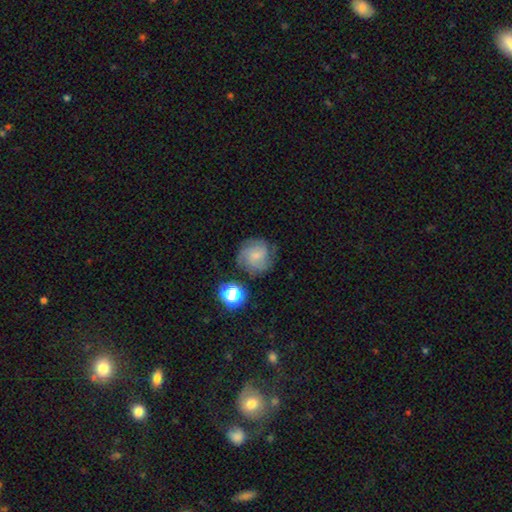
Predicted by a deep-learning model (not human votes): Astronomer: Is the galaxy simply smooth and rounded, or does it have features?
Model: featured or disk — 57%.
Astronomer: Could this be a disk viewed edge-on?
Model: no — 98%.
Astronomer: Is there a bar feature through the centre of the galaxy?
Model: no — 72%.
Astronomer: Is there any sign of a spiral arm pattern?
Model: yes — 91%.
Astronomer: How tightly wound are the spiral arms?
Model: tight — 50% (runner-up: medium, 38%).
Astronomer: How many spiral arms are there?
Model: can't tell — 32% (runner-up: 3, 28%).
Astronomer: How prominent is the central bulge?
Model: small — 62%.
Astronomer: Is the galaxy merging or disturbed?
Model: none — 72%.